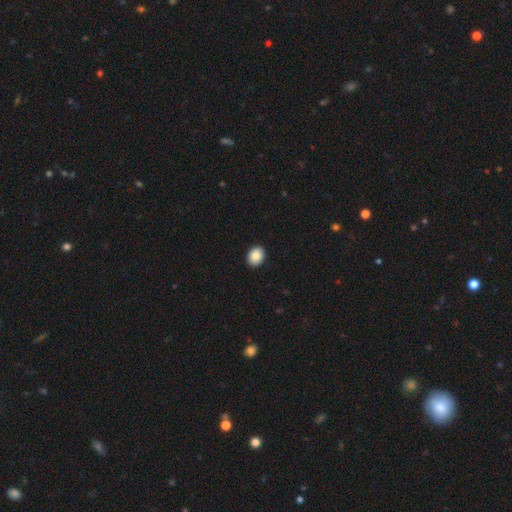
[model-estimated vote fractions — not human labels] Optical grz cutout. It shows a smooth galaxy with no disk features (88%) that is in between round and cigar-shaped (56%). Merging: none (92%).